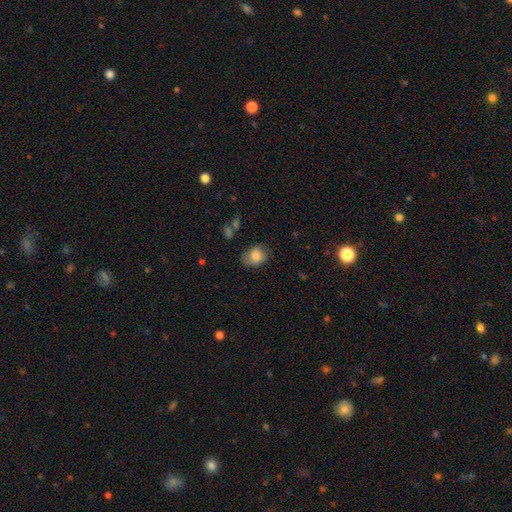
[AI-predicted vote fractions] The model was most divided on "how rounded": in between: 55%, round: 44%, cigar-shaped: 1%. More confident: smooth or featured — smooth (78%); merging — none (66%).